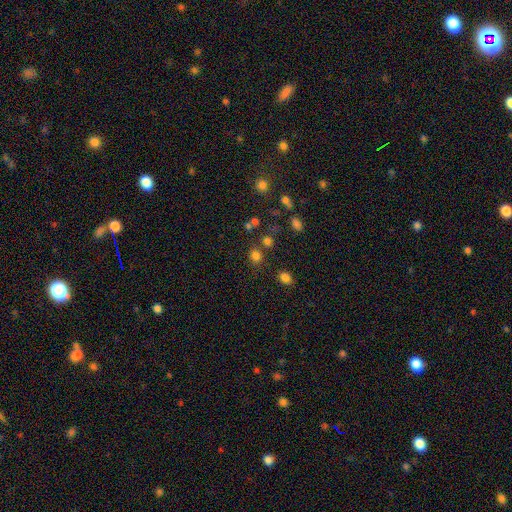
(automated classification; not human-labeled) This is likely a smooth galaxy (76%). How rounded: likely round (72%). Merging: likely none (73%).